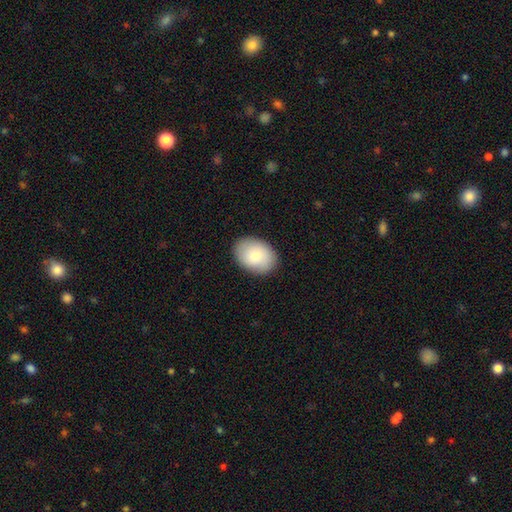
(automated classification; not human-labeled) Smooth or featured? Predicted: smooth (p=0.79). How rounded? Predicted: in between (p=0.76). Merging? Predicted: none (p=0.87).